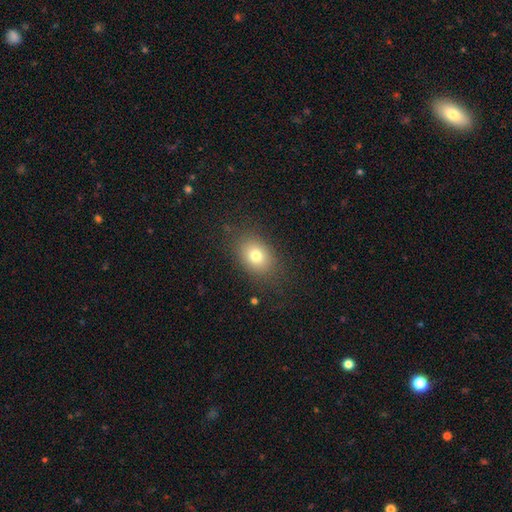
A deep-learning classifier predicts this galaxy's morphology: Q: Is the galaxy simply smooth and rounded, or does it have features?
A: smooth — 77%.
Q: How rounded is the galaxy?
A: in between — 70%.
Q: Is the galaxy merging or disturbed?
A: none — 82%.